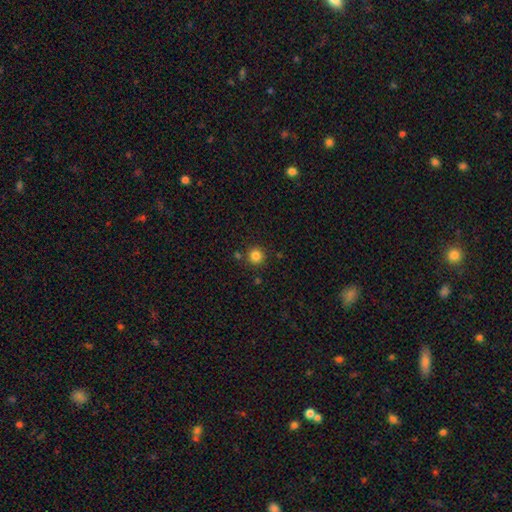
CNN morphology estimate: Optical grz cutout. It shows a smooth galaxy with no disk features (83%) that is round (95%). Merging: none (85%).